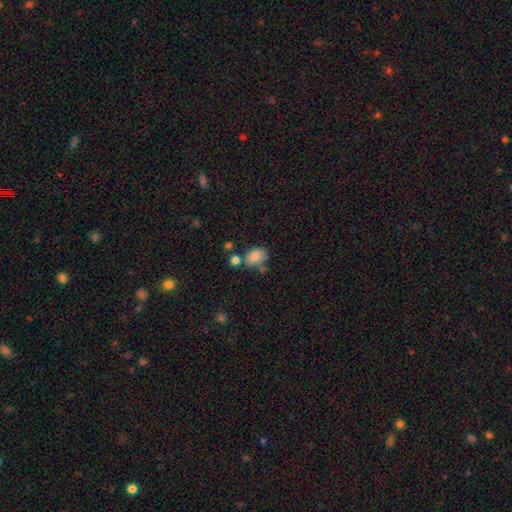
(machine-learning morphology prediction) Smooth or featured?
  - smooth: 83% *
  - star or artifact: 9%
  - featured or disk: 8%
How rounded?
  - in between: 72% *
  - round: 27%
  - cigar-shaped: 1%
Merging?
  - none: 54% *
  - minor disturbance: 21%
  - merger: 18%
  - major disturbance: 7%